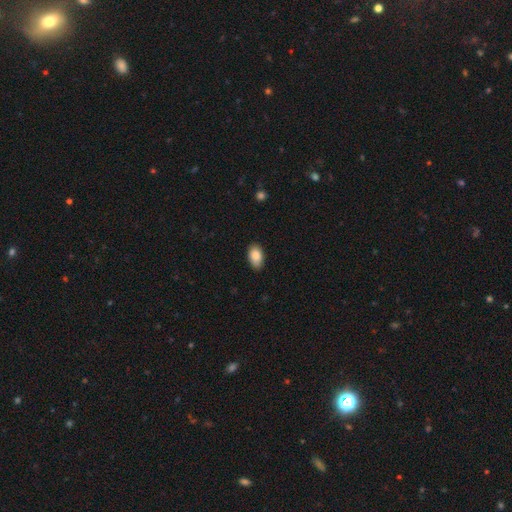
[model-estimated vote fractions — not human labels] Smooth or featured?
  - smooth: 88% *
  - star or artifact: 7%
  - featured or disk: 5%
How rounded?
  - in between: 93% *
  - round: 5%
  - cigar-shaped: 2%
Merging?
  - none: 85% *
  - minor disturbance: 12%
  - major disturbance: 2%
  - merger: 1%